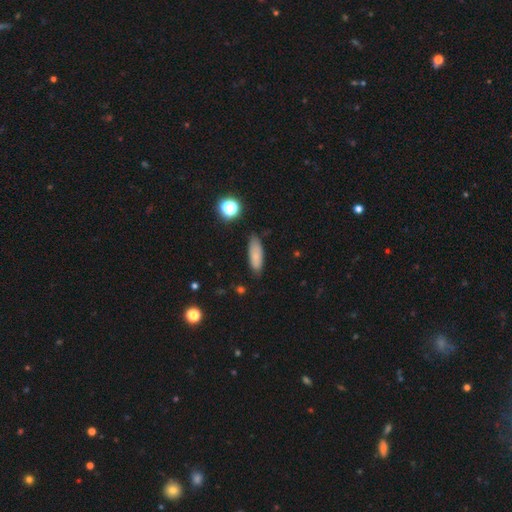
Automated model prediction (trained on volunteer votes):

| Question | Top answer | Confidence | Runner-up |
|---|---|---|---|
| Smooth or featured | smooth | 78% | featured or disk (13%) |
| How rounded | in between | 62% | cigar-shaped (35%) |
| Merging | none | 78% | minor disturbance (16%) |